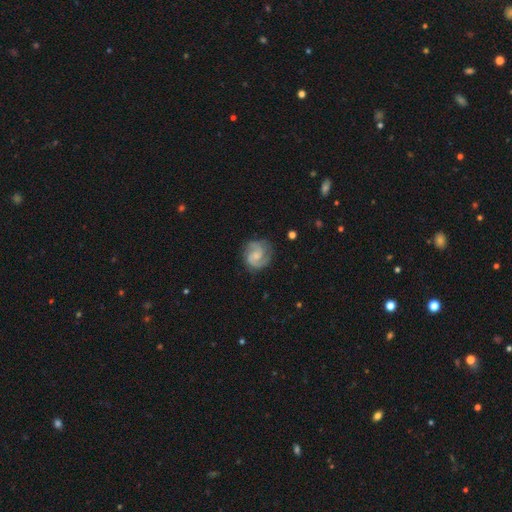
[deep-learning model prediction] The model was most divided on "spiral winding": medium: 47%, tight: 41%, loose: 12%. Remaining: edge-on disk — no (98%); spiral arms — yes (97%); spiral arm count — 2 (82%); smooth or featured — featured or disk (81%); merging — none (77%); bar — no (55%); bulge size — small (45%).